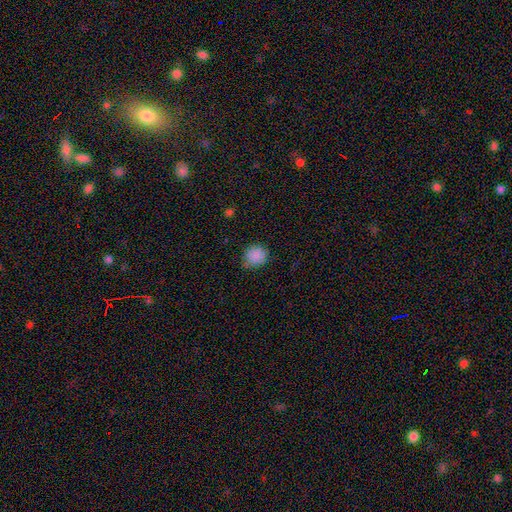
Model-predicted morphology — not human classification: Overall: smooth (87%). How rounded: round (84%). Merging: none (77%).